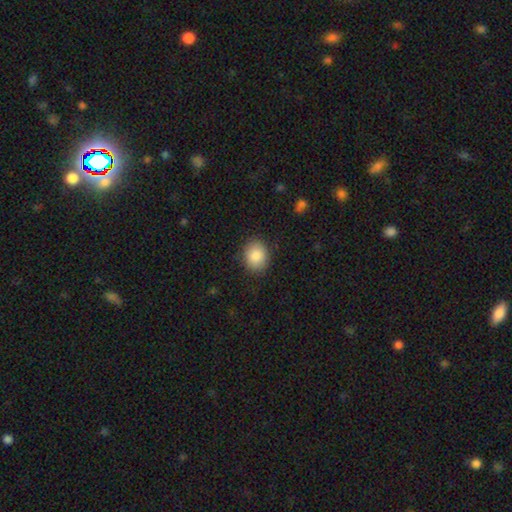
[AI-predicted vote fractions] smooth_or_featured: smooth (p=0.87) [alt: star or artifact p=0.08]
how_rounded: round (p=0.56) [alt: in between p=0.43]
merging: none (p=0.87) [alt: minor disturbance p=0.09]